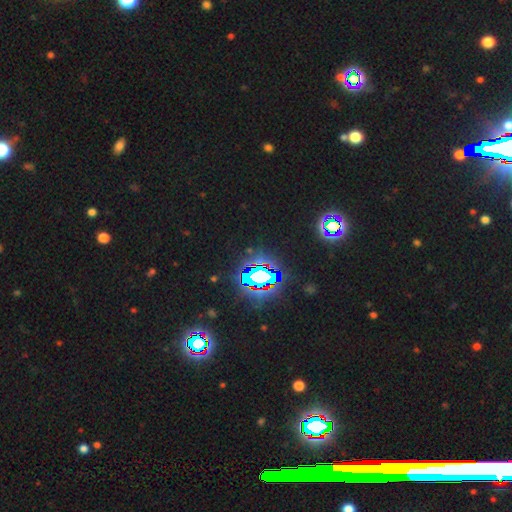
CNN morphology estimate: smooth_or_featured: star or artifact (p=0.83) [alt: smooth p=0.10]